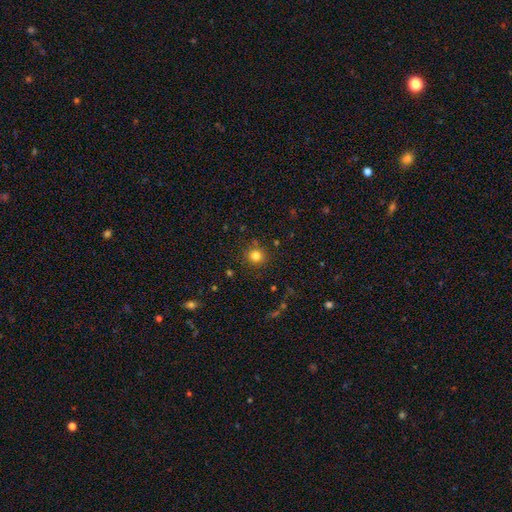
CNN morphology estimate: smooth 80%, star or artifact 14%, featured or disk 6%. Down the decision tree: how rounded — round (90%); merging — none (86%).